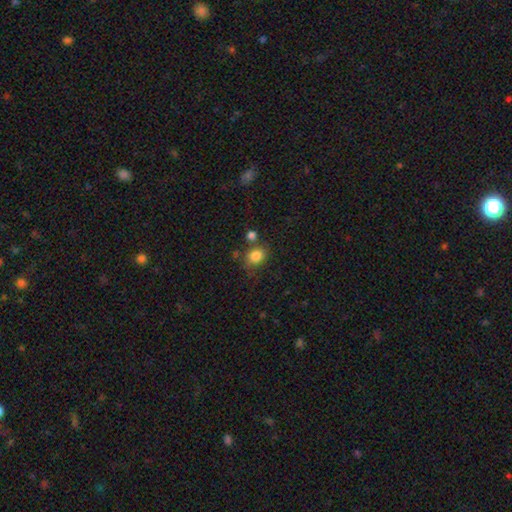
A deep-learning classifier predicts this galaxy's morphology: smooth_or_featured: smooth (p=0.83) [alt: star or artifact p=0.11]
how_rounded: round (p=0.58) [alt: in between p=0.42]
merging: none (p=0.67) [alt: minor disturbance p=0.15]